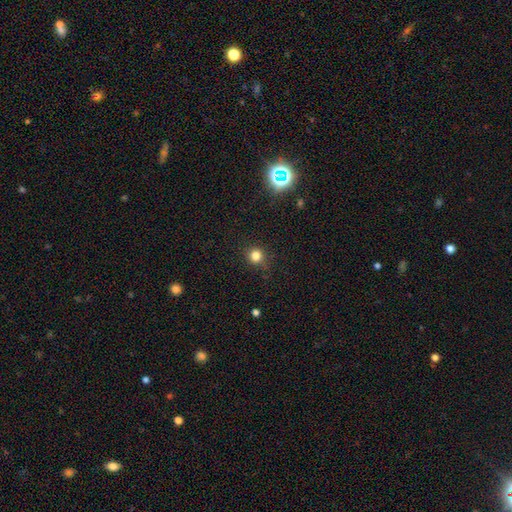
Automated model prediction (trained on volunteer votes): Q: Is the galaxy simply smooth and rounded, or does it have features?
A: smooth — 80%.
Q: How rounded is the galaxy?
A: round — 91%.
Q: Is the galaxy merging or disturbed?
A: none — 87%.